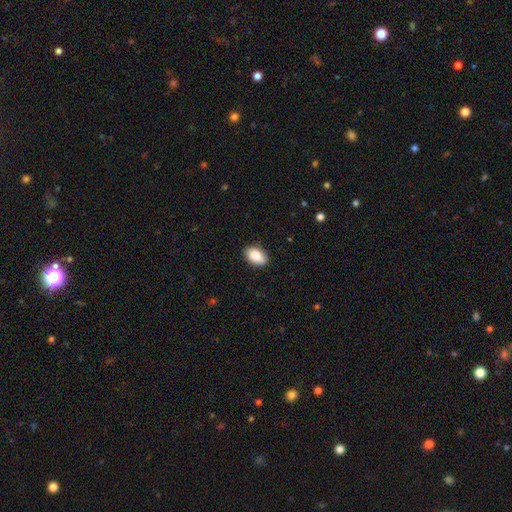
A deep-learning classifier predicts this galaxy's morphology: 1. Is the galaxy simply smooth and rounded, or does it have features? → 88% smooth, 7% star or artifact, 5% featured or disk.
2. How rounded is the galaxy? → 92% in between, 7% round, 1% cigar-shaped.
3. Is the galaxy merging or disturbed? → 87% none, 10% minor disturbance, 2% major disturbance, 1% merger.